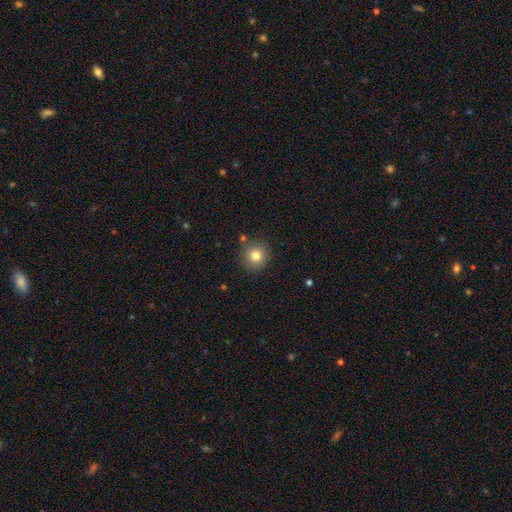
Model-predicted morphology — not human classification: A smooth galaxy with no disk features (81%) that is round (93%). Merging: none (86%).